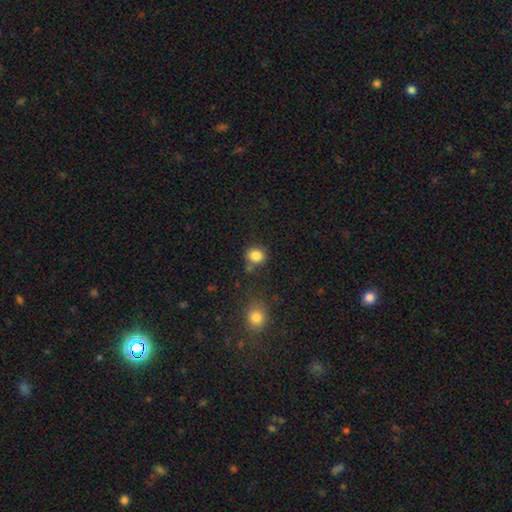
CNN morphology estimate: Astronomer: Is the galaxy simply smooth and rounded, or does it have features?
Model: smooth — 85%.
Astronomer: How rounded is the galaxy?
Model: round — 75%.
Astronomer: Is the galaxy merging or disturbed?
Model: none — 76%.